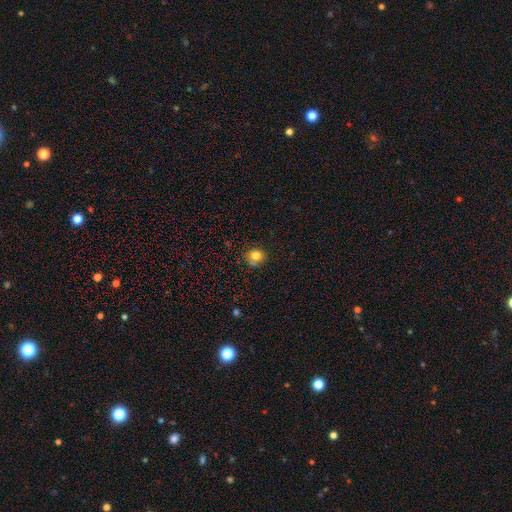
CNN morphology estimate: smooth-or-featured: smooth: 80% | star or artifact: 12% | featured or disk: 8%
  how-rounded: round: 83% | in between: 16% | cigar-shaped: 1%
  merging: none: 74% | minor disturbance: 19% | major disturbance: 5% | merger: 3%